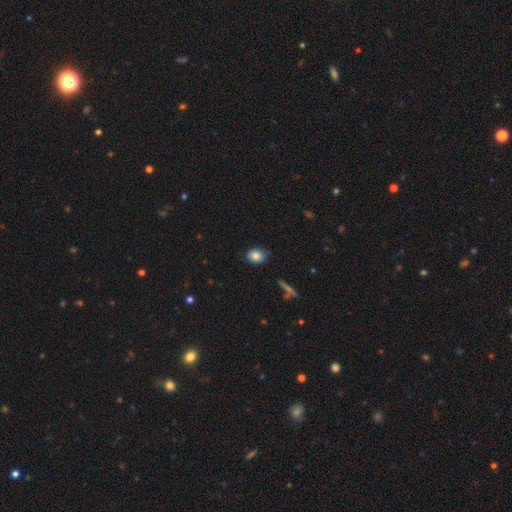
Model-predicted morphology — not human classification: The model was most divided on "how rounded": in between: 57%, round: 41%, cigar-shaped: 2%. More confident: merging — none (86%); smooth or featured — smooth (83%).